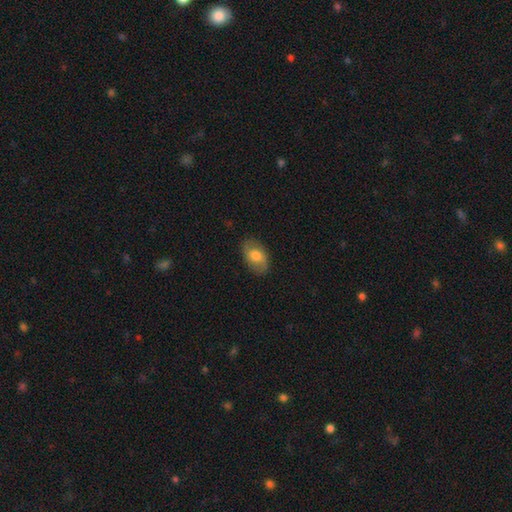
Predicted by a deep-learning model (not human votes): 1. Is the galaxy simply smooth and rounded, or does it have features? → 68% smooth, 26% featured or disk, 7% star or artifact.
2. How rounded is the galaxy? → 90% in between, 9% round, 1% cigar-shaped.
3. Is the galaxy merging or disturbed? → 82% none, 14% minor disturbance, 3% major disturbance, 1% merger.